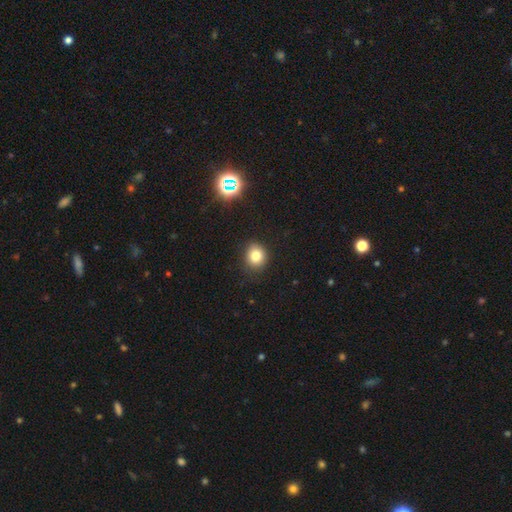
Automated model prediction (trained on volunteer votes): smooth-or-featured: smooth: 79% | star or artifact: 13% | featured or disk: 8%
  how-rounded: round: 72% | in between: 28% | cigar-shaped: 1%
  merging: none: 86% | minor disturbance: 10% | major disturbance: 3% | merger: 1%